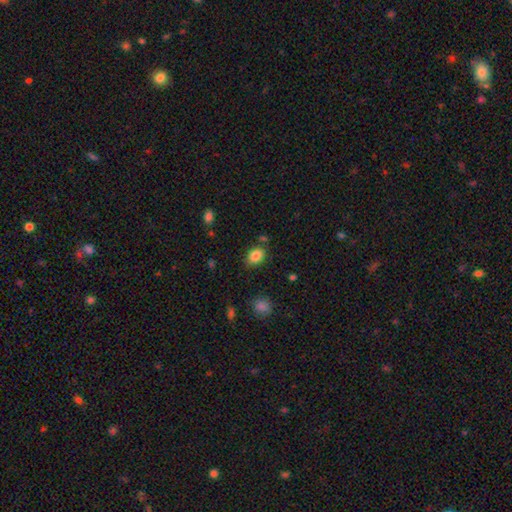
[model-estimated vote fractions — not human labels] Morphology: type=smooth (85%); roundness=in between (70%); merging=none (76%).